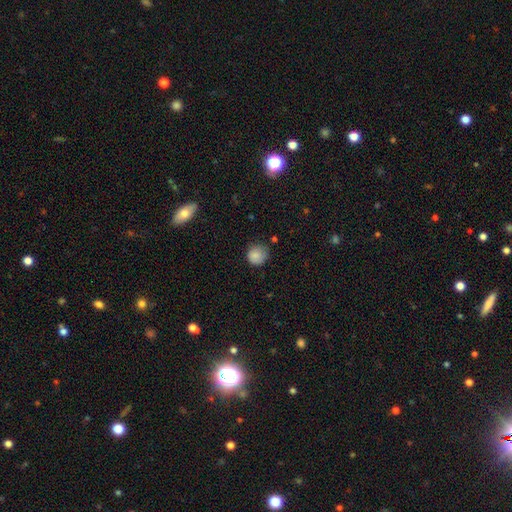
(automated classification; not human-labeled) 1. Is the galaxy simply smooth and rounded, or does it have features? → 85% smooth, 9% star or artifact, 6% featured or disk.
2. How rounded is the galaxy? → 88% round, 11% in between, 1% cigar-shaped.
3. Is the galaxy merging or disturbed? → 72% none, 22% minor disturbance, 4% major disturbance, 2% merger.